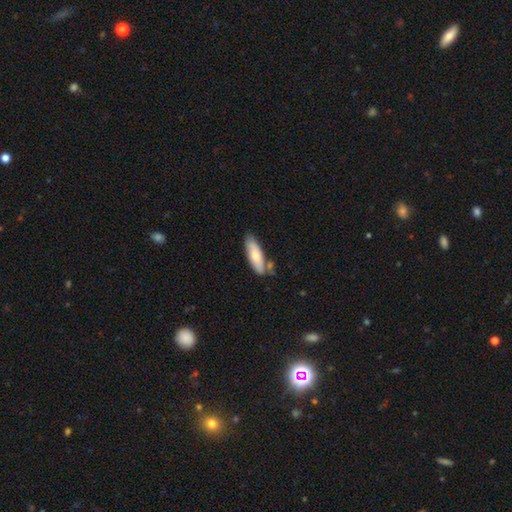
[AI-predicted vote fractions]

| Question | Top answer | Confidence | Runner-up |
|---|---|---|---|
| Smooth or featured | smooth | 72% | featured or disk (23%) |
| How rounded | in between | 55% | cigar-shaped (43%) |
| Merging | none | 70% | minor disturbance (17%) |